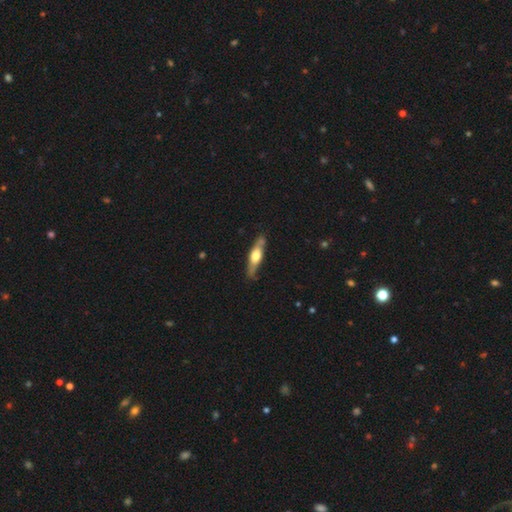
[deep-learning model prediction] The model was most divided on "smooth or featured": featured or disk: 55%, smooth: 40%, star or artifact: 5%. More confident: edge-on disk — yes (84%); merging — none (76%).